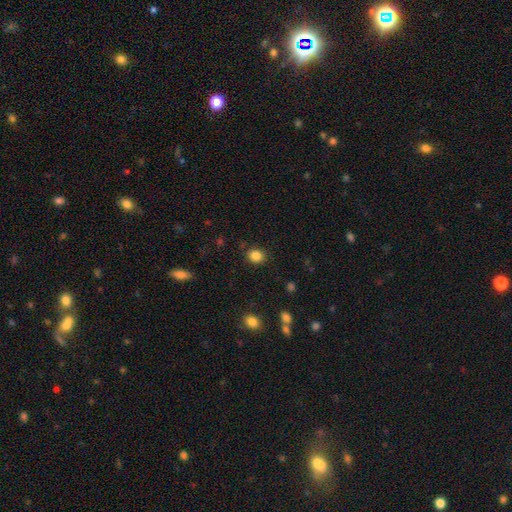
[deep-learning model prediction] A smooth galaxy with no disk features (85%) that is round (71%). Merging: none (87%).